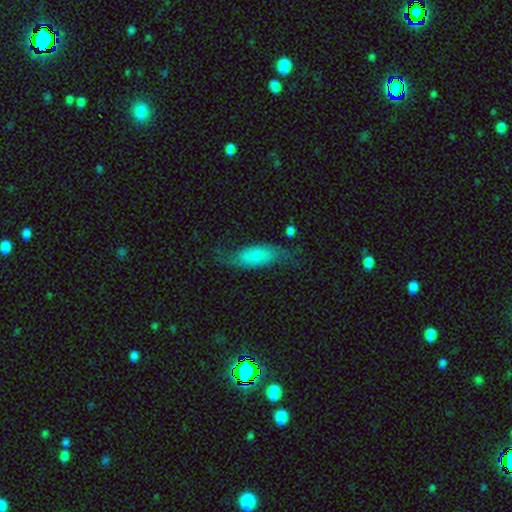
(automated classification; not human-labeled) Smooth or featured: smooth — 52% (featured or disk — 40%)
How rounded: in between — 75% (cigar-shaped — 21%)
Merging: none — 56% (minor disturbance — 25%)